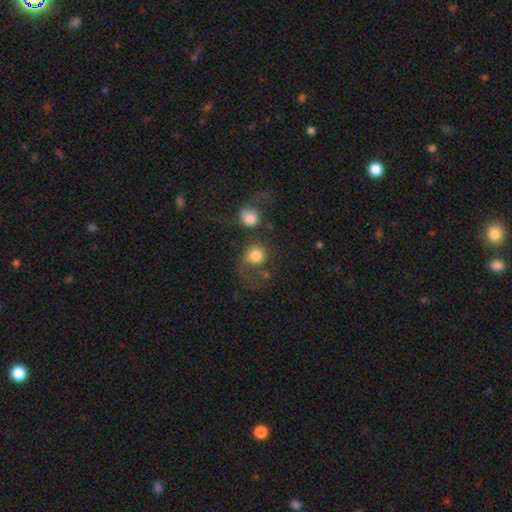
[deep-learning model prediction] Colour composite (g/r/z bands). It shows a smooth galaxy with no disk features (75%) that is round (84%). Merging: none (33%).